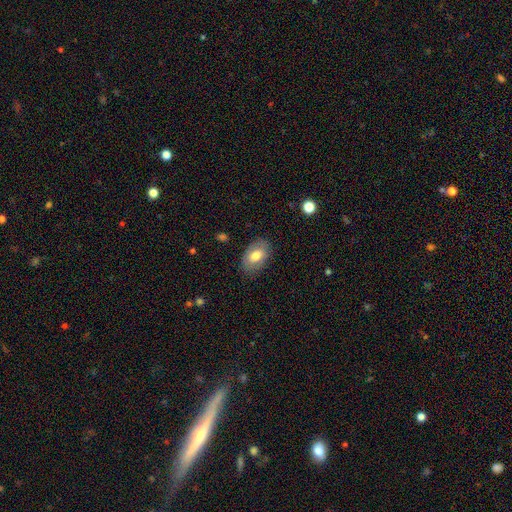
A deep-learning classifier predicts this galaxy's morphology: type=smooth (74%); roundness=in between (90%); merging=none (83%).